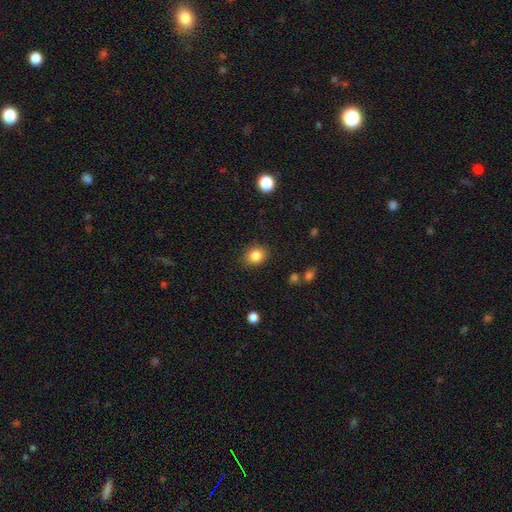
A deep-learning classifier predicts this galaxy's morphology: Smooth or featured? smooth (85%)
How rounded? round (67%)
Merging? none (86%)